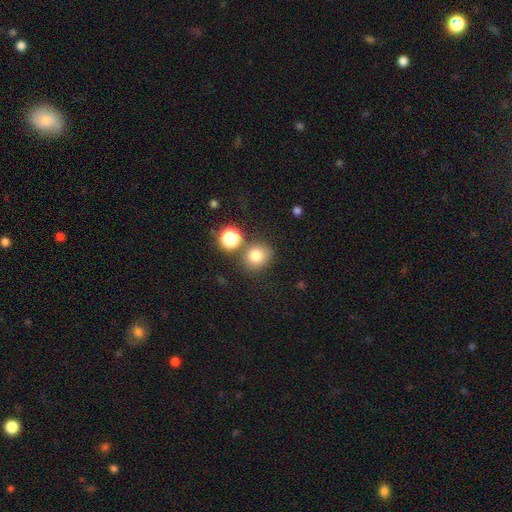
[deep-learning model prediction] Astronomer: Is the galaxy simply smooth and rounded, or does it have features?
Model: smooth — 78%.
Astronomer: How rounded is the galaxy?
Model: round — 79%.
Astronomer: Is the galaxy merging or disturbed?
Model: none — 74%.